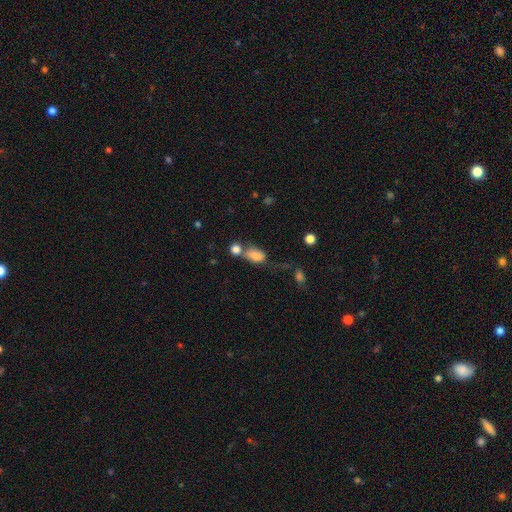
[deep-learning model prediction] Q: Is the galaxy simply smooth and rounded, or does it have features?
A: smooth — 79%.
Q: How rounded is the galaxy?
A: in between — 83%.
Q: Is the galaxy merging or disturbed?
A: merger — 41%.